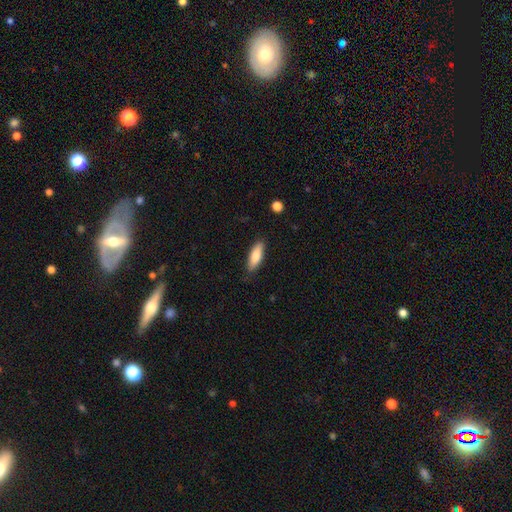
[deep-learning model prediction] This appears to be a smooth galaxy with no disk features (79%) that is in between round and cigar-shaped (58%). Merging: none (85%).